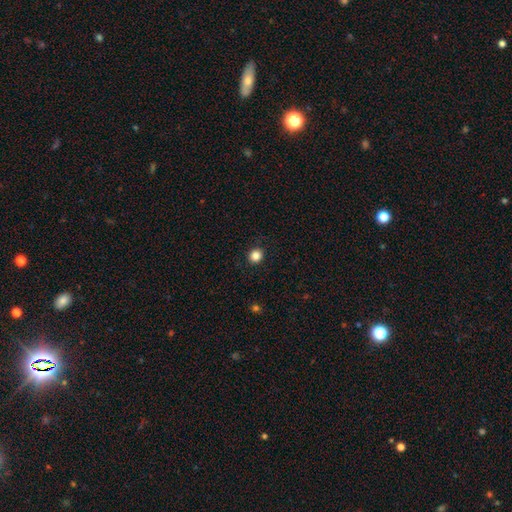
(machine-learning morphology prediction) Smooth or featured? Predicted: smooth (p=0.86). How rounded? Predicted: round (p=0.89). Merging? Predicted: none (p=0.92).